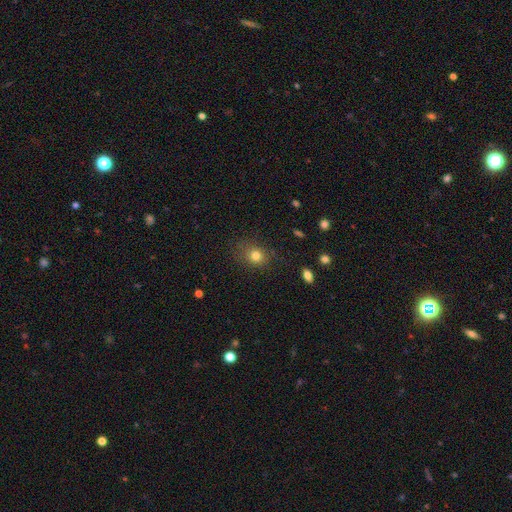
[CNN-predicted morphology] A smooth galaxy with no disk features (79%) that is round (64%). Merging: none (78%).